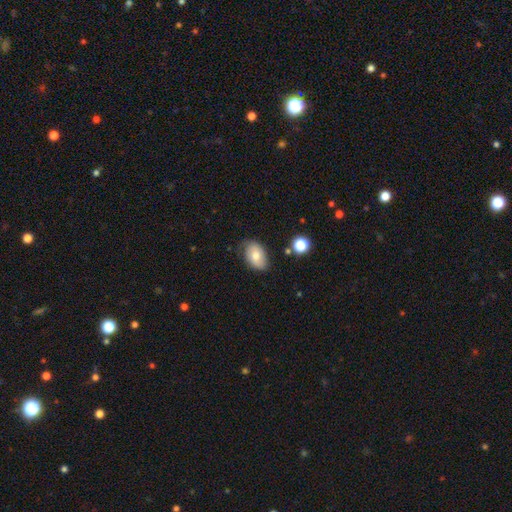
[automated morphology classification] The model was most divided on "merging": none: 70%, minor disturbance: 23%, major disturbance: 5%, merger: 2%. More confident: how rounded — in between (87%); smooth or featured — smooth (70%).